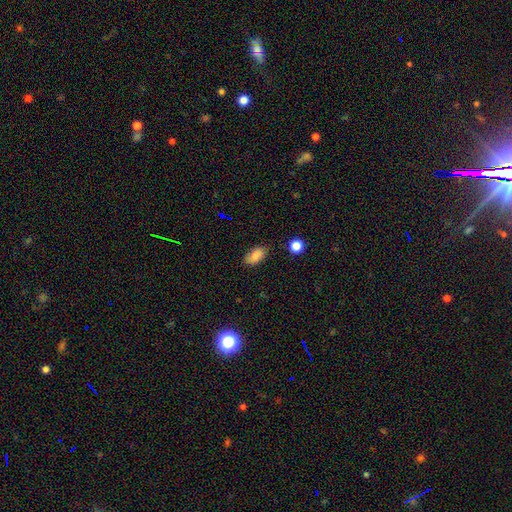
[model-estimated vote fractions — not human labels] This appears to be a smooth galaxy with no disk features (84%) that is in between round and cigar-shaped (90%). Merging: none (80%).